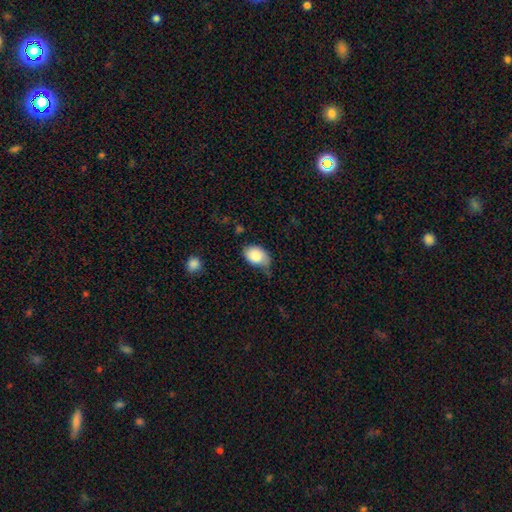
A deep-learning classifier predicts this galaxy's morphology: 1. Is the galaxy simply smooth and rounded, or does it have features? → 85% smooth, 8% featured or disk, 7% star or artifact.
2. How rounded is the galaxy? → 82% in between, 17% round, 1% cigar-shaped.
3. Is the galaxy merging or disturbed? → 44% none, 41% minor disturbance, 12% major disturbance, 3% merger.